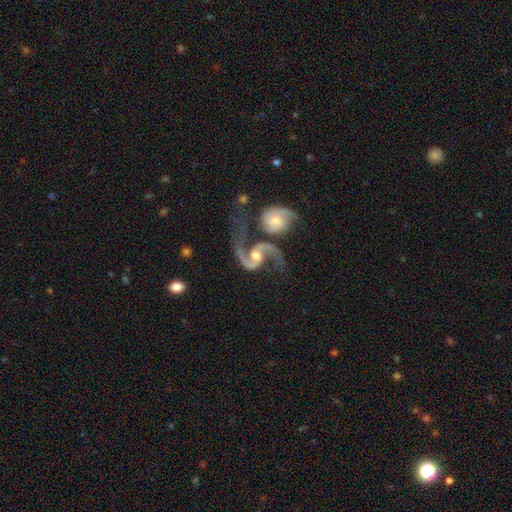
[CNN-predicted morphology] featured or disk 92%, star or artifact 4%, smooth 4%. Down the decision tree: edge-on disk — no (98%); bar — no (44%); spiral arms — yes (97%); spiral arm count — 2 (93%); spiral winding — loose (55%); bulge size — moderate (61%); merging — merger (38%).